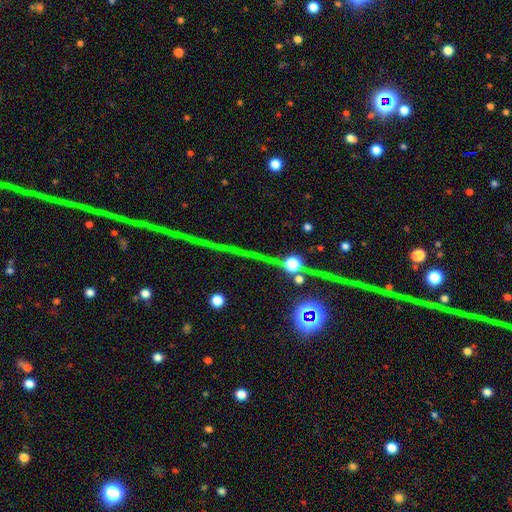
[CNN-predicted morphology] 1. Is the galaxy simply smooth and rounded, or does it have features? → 70% star or artifact, 18% featured or disk, 12% smooth.